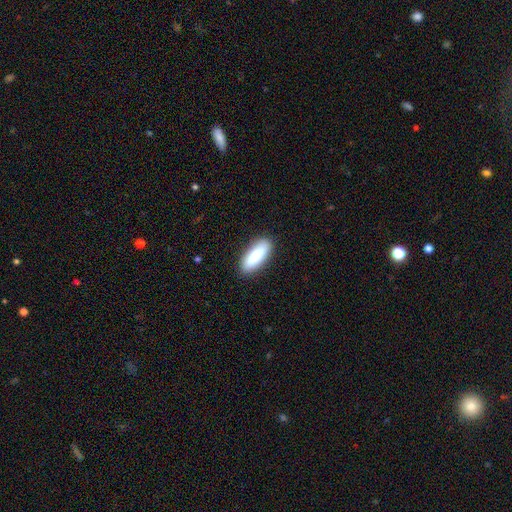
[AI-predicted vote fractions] Overall: smooth (85%). How rounded: in between (66%; cigar-shaped 33%). Merging: none (89%).